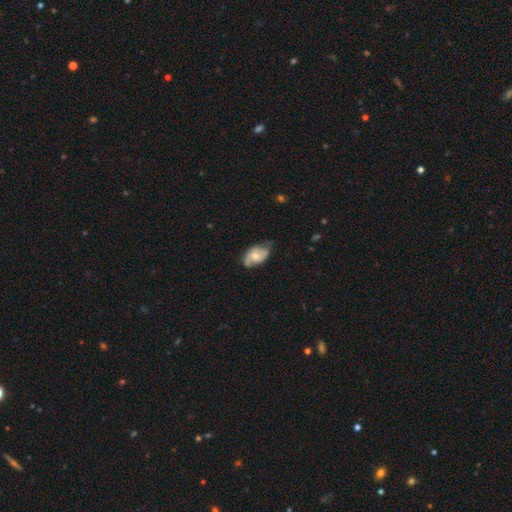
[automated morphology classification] The model was most divided on "smooth or featured": featured or disk: 51%, smooth: 43%, star or artifact: 6%. More confident: edge-on disk — no (94%); merging — none (59%).